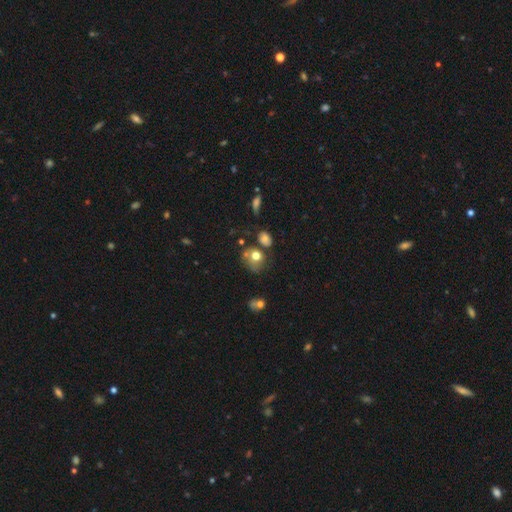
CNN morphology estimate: Smooth or featured: smooth — 69% (featured or disk — 18%)
How rounded: round — 61% (in between — 38%)
Merging: none — 40% (merger — 23%)